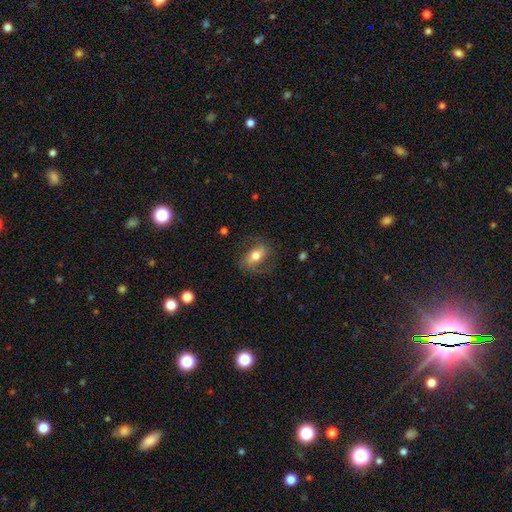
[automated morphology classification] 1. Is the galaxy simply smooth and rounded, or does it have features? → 50% smooth, 41% featured or disk, 8% star or artifact.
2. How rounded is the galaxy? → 79% in between, 15% round, 7% cigar-shaped.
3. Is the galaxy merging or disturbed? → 71% none, 18% minor disturbance, 10% major disturbance, 1% merger.